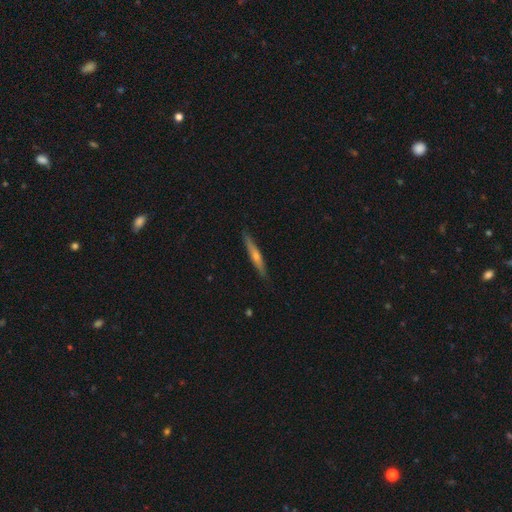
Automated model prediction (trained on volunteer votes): smooth-or-featured: featured or disk: 57% | smooth: 37% | star or artifact: 6%
  disk-edge-on: yes: 96% | no: 4%
    edge-on-bulge: rounded: 76% | none: 20% | boxy: 4%
  merging: none: 89% | minor disturbance: 9% | major disturbance: 1% | merger: 1%